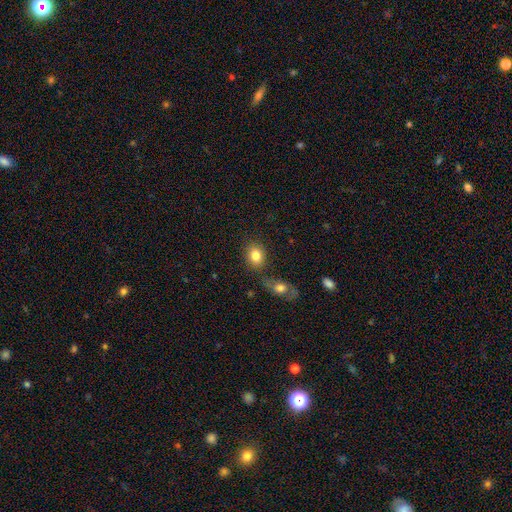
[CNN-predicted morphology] Overall: smooth (83%). How rounded: in between (52%; round 47%). Merging: none (71%).